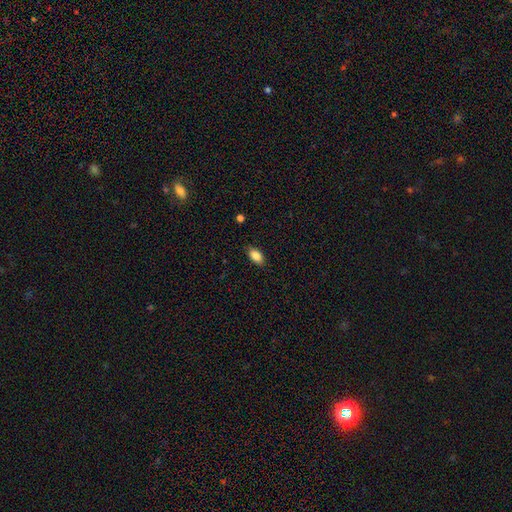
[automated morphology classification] This is clearly a smooth galaxy (86%). How rounded: clearly in between (91%). Merging: clearly none (86%).